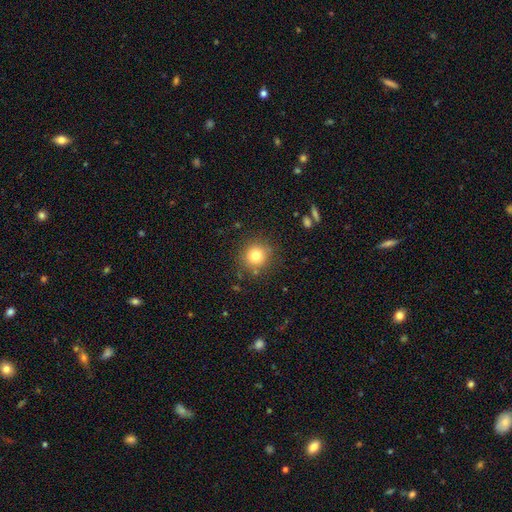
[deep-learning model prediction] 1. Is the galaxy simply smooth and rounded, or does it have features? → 79% smooth, 13% star or artifact, 8% featured or disk.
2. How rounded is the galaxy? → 93% round, 6% in between, 1% cigar-shaped.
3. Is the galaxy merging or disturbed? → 85% none, 9% minor disturbance, 3% major disturbance, 3% merger.